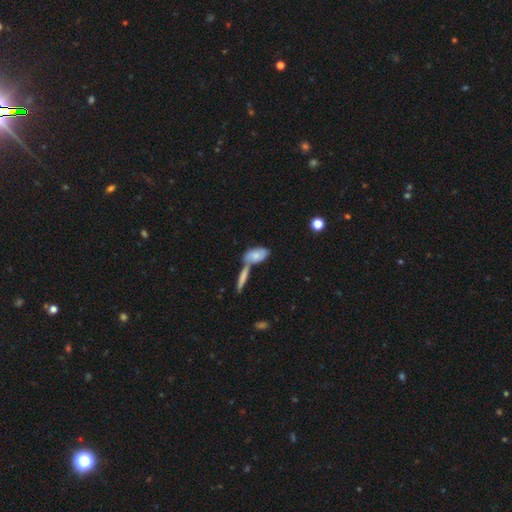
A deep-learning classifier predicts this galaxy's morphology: Smooth or featured? Predicted: smooth (p=0.69). How rounded? Predicted: in between (p=0.81). Merging? Predicted: merger (p=0.45).